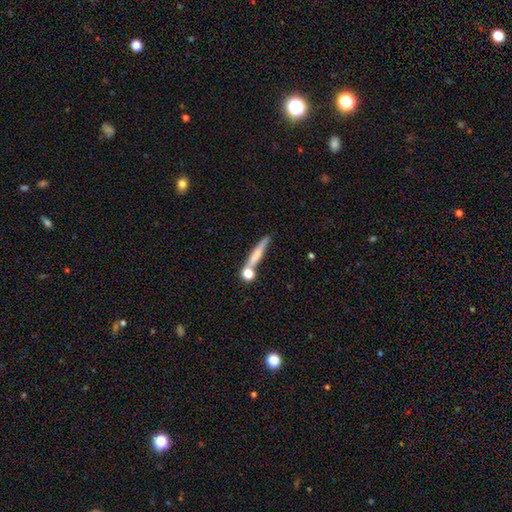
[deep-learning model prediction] Q: Smooth or featured?
A: smooth (59%); runner-up: featured or disk (33%)
Q: How rounded?
A: cigar-shaped (84%); runner-up: in between (9%)
Q: Merging?
A: none (65%); runner-up: merger (18%)